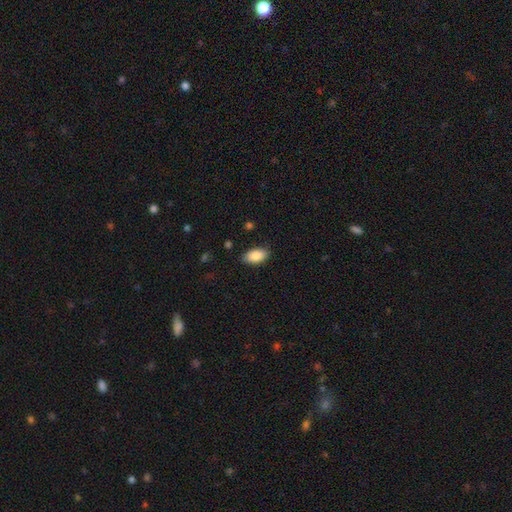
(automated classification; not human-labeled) Overall: smooth (88%). How rounded: in between (93%). Merging: none (84%).